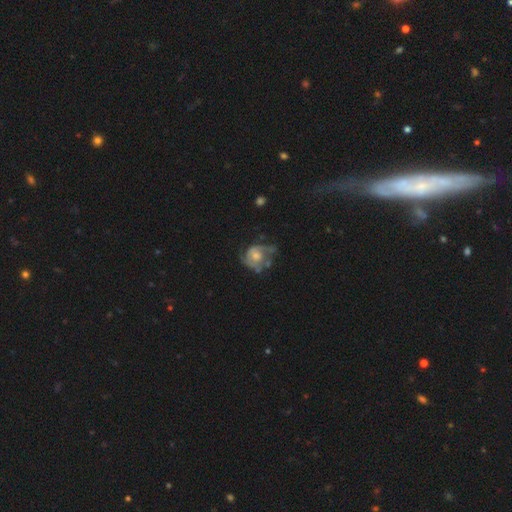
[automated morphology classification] type=featured or disk (70%); edge-on=no (98%); bar=no (76%); spiral arms=yes (79%); winding=tight (41%); arm count=2 (52%); bulge=moderate (56%); merging=none (42%).